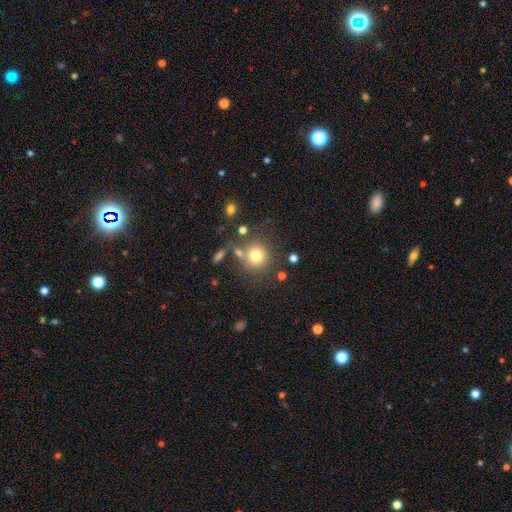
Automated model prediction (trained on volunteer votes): Smooth or featured? Predicted: smooth (p=0.76). How rounded? Predicted: round (p=0.91). Merging? Predicted: none (p=0.72).